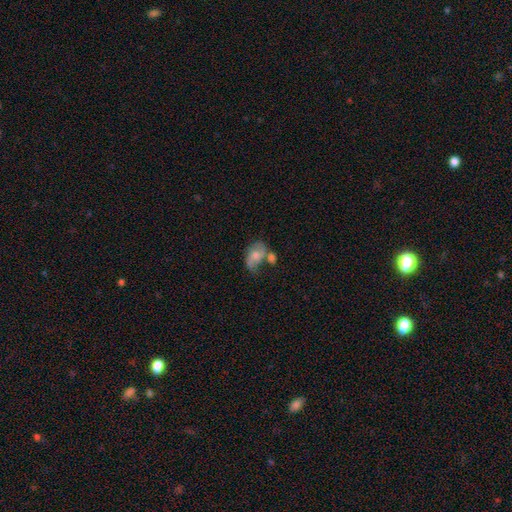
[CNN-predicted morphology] Overall: featured or disk (49%; smooth 43%). Merging: none (33%; merger 31%).